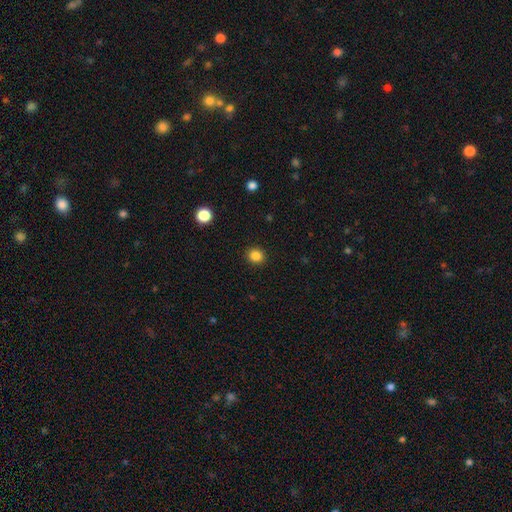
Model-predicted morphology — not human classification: Smooth or featured? Predicted: smooth (p=0.85). How rounded? Predicted: round (p=0.80). Merging? Predicted: none (p=0.91).